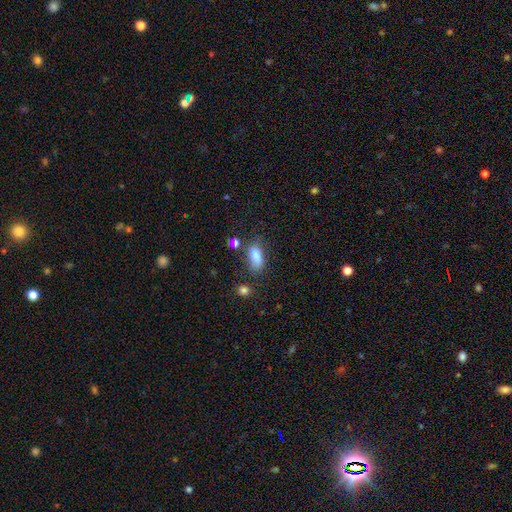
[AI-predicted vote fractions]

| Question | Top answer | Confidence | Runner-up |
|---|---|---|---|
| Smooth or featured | smooth | 82% | star or artifact (10%) |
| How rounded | in between | 87% | cigar-shaped (7%) |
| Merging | none | 54% | minor disturbance (26%) |